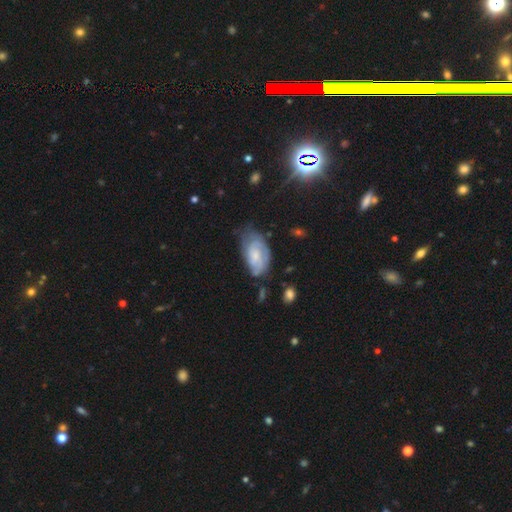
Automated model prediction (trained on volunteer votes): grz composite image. It shows a featured or disk galaxy (58%) with no bar (64%), spiral arms (80%) and a small central bulge (51%). Merging: none (51%).